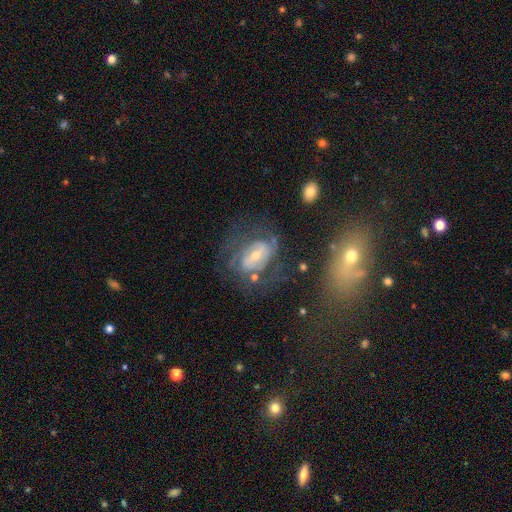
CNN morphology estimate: Q: Smooth or featured?
A: featured or disk (78%); runner-up: smooth (13%)
Q: Edge-on disk?
A: no (95%); runner-up: yes (5%)
Q: Bar?
A: weak (44%); runner-up: strong (29%)
Q: Spiral arms?
A: yes (86%); runner-up: no (14%)
Q: Spiral winding?
A: tight (45%); runner-up: medium (40%)
Q: Spiral arm count?
A: 2 (44%); runner-up: can't tell (32%)
Q: Bulge size?
A: small (50%); runner-up: moderate (43%)
Q: Merging?
A: none (54%); runner-up: major disturbance (21%)